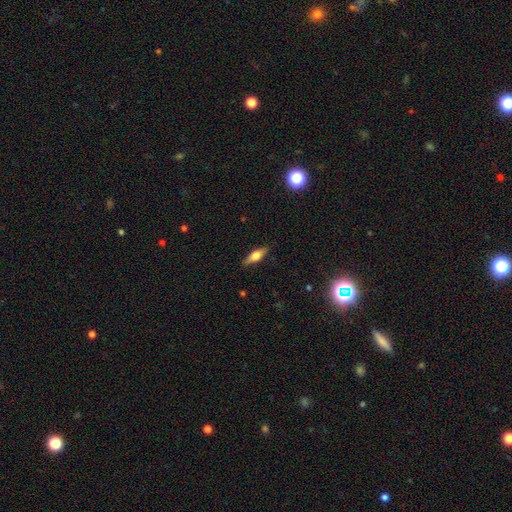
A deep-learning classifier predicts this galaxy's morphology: type=smooth (48%); merging=none (88%).